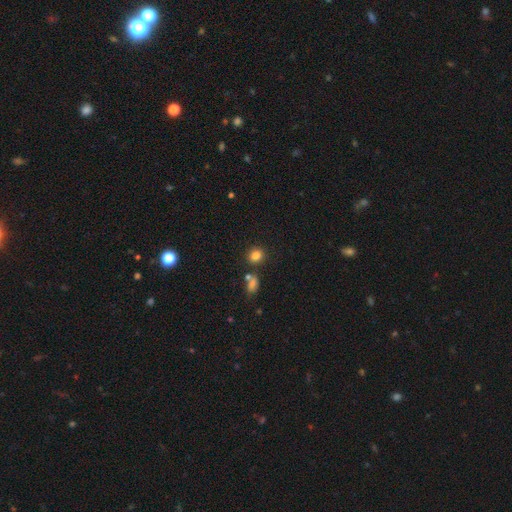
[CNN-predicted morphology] type=smooth (82%); roundness=round (77%); merging=none (79%).